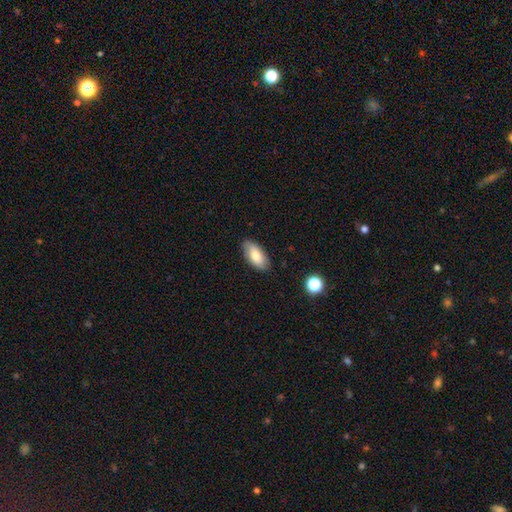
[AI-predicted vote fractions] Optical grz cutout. It shows a smooth galaxy with no disk features (79%) that is in between round and cigar-shaped (91%). Merging: none (85%).